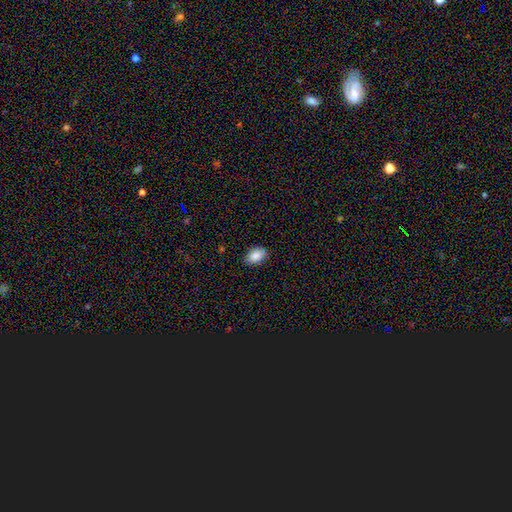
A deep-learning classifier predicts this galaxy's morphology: smooth_or_featured: smooth (p=0.87) [alt: star or artifact p=0.07]
how_rounded: in between (p=0.88) [alt: round p=0.11]
merging: none (p=0.86) [alt: minor disturbance p=0.11]